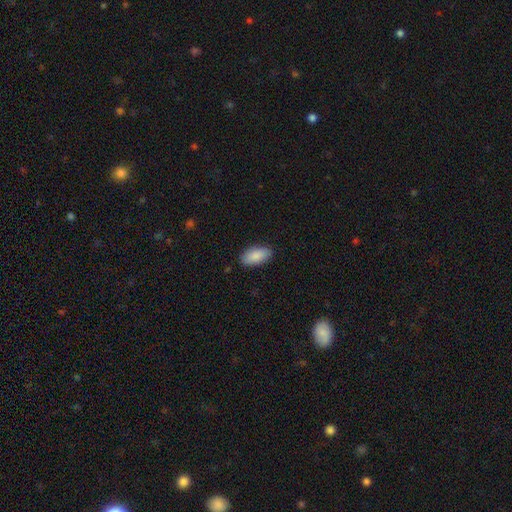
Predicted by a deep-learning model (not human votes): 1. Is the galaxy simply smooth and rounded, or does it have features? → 88% smooth, 6% star or artifact, 6% featured or disk.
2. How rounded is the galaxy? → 92% in between, 6% cigar-shaped, 2% round.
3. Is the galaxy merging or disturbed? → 87% none, 10% minor disturbance, 2% major disturbance, 1% merger.